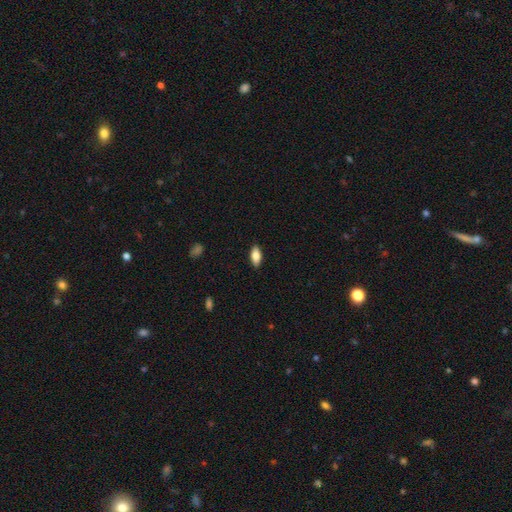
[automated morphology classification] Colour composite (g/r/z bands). It shows a smooth galaxy with no disk features (81%) that is in between round and cigar-shaped (87%). Merging: none (88%).